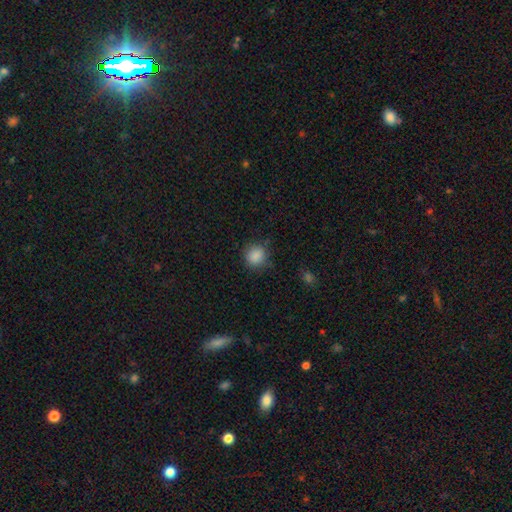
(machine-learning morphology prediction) This appears to be a smooth galaxy with no disk features (87%) that is round (84%). Merging: none (83%).